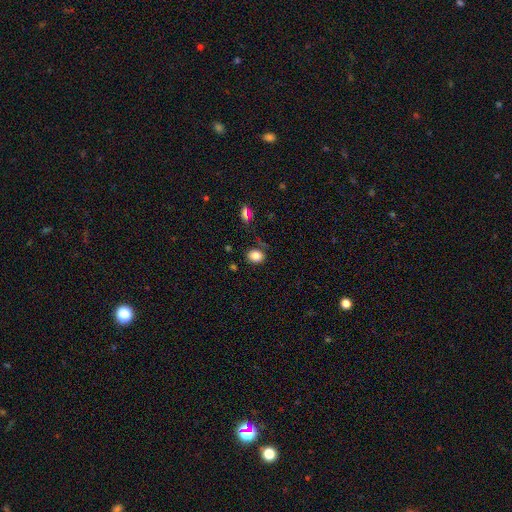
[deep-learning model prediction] smooth 84%, star or artifact 11%, featured or disk 5%. Down the decision tree: how rounded — in between (55%); merging — none (78%).